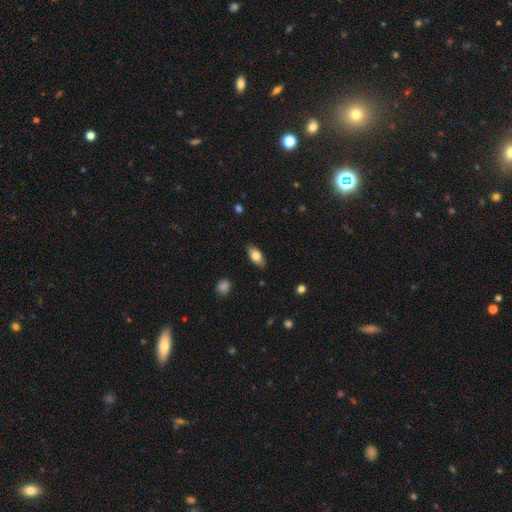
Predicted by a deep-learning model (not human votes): A smooth galaxy with no disk features (76%) that is in between round and cigar-shaped (87%).

Vote fractions:
- Smooth or featured? smooth: 76% / featured or disk: 17% / star or artifact: 7%
- How rounded? in between: 87% / cigar-shaped: 10% / round: 4%
- Merging? none: 85% / minor disturbance: 11% / major disturbance: 2% / merger: 1%